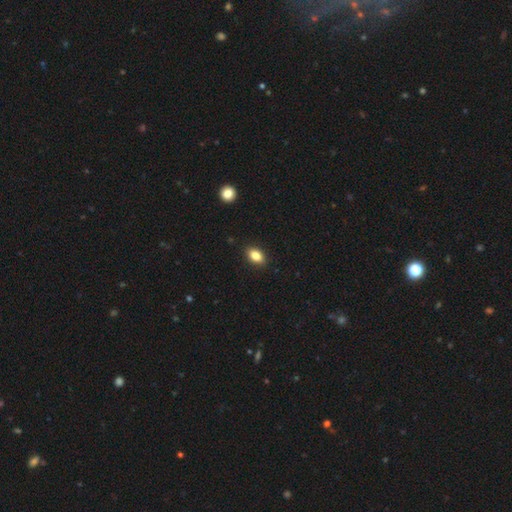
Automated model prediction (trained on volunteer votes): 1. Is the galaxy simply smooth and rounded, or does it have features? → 85% smooth, 9% star or artifact, 6% featured or disk.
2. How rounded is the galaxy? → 86% in between, 12% round, 2% cigar-shaped.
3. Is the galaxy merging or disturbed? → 90% none, 8% minor disturbance, 2% major disturbance, 1% merger.